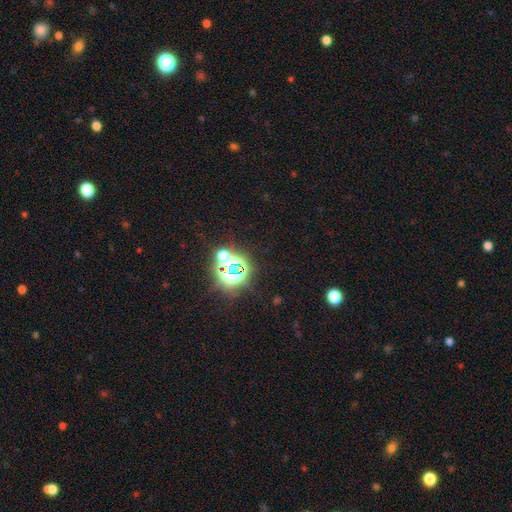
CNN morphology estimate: Overall: star or artifact (81%).